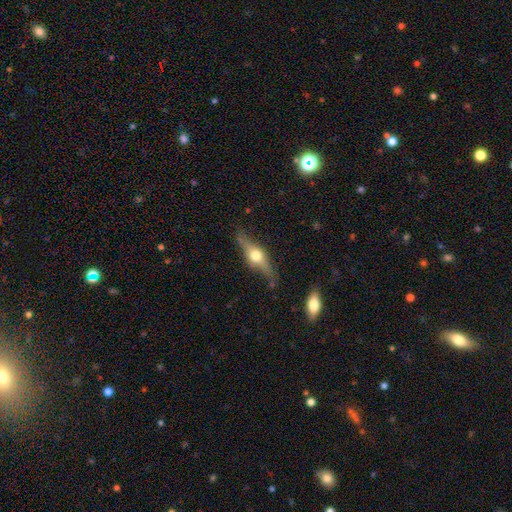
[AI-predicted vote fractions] A featured or disk galaxy (69%) viewed edge-on (93%) with a rounded central bulge (96%).

Vote fractions:
- Smooth or featured? featured or disk: 69% / smooth: 24% / star or artifact: 6%
- Edge-on disk? yes: 93% / no: 7%
- Edge-on bulge? rounded: 96% / boxy: 3% / none: 1%
- Merging? none: 79% / minor disturbance: 15% / major disturbance: 4% / merger: 2%